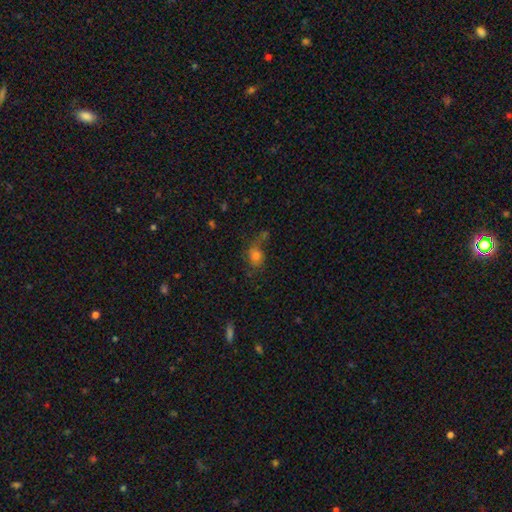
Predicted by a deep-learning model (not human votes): smooth-or-featured: smooth: 60% | featured or disk: 22% | star or artifact: 18%
  how-rounded: round: 52% | in between: 46% | cigar-shaped: 2%
  merging: none: 42% | minor disturbance: 21% | major disturbance: 20% | merger: 18%